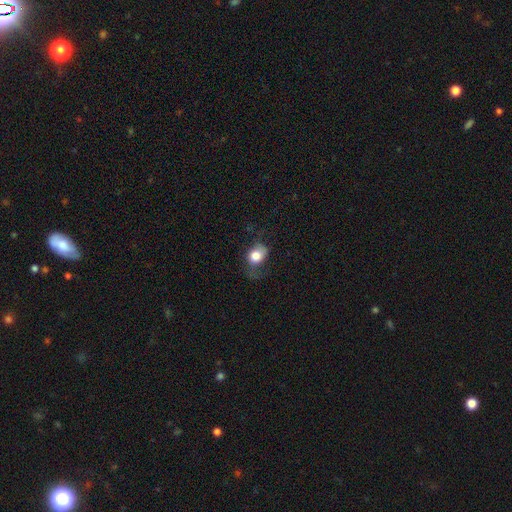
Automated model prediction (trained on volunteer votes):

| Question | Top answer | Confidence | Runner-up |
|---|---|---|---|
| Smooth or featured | smooth | 74% | featured or disk (17%) |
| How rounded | round | 54% | in between (44%) |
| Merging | none | 40% | major disturbance (30%) |